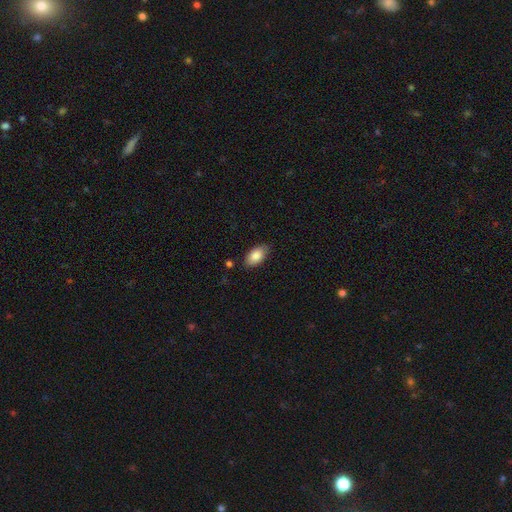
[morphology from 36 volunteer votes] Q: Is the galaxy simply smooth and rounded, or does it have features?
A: smooth — 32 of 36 (89%).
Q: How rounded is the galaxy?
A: in between — 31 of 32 (97%).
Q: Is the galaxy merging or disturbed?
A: none — 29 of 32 (91%).